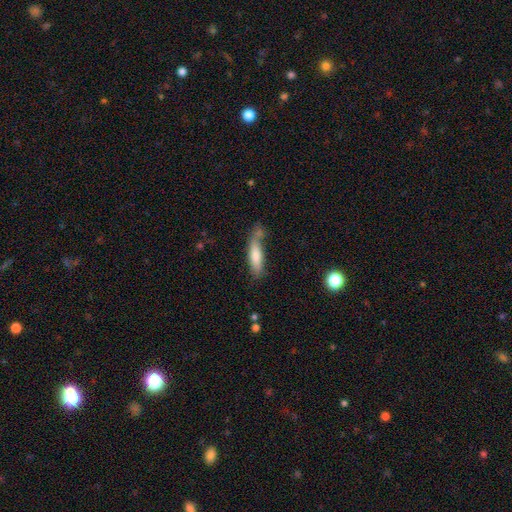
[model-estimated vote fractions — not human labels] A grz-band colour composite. It shows a smooth galaxy with no disk features (76%) that is cigar-shaped (65%). Merging: none (50%).